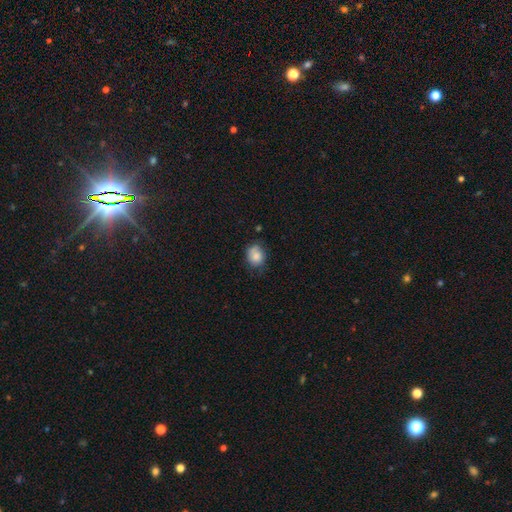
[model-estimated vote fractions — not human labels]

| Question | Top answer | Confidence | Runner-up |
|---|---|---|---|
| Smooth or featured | smooth | 84% | star or artifact (9%) |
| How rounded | round | 55% | in between (44%) |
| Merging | none | 65% | minor disturbance (28%) |